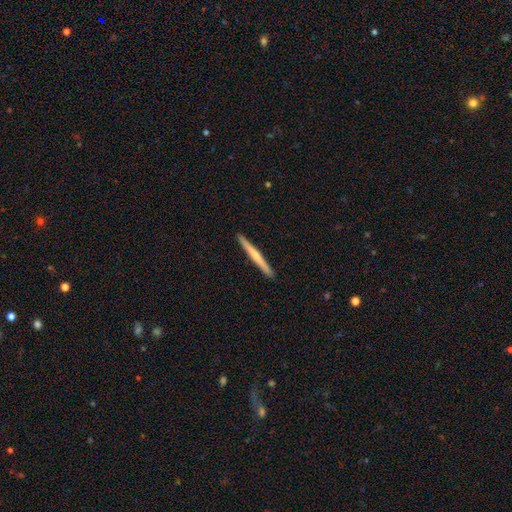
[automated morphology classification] Smooth or featured? Predicted: featured or disk (p=0.48). Merging? Predicted: none (p=0.93).